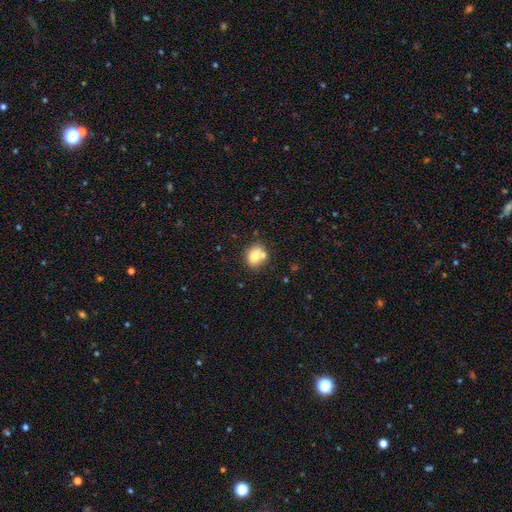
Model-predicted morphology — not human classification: Smooth or featured? Predicted: smooth (p=0.73). How rounded? Predicted: round (p=0.64). Merging? Predicted: none (p=0.55).